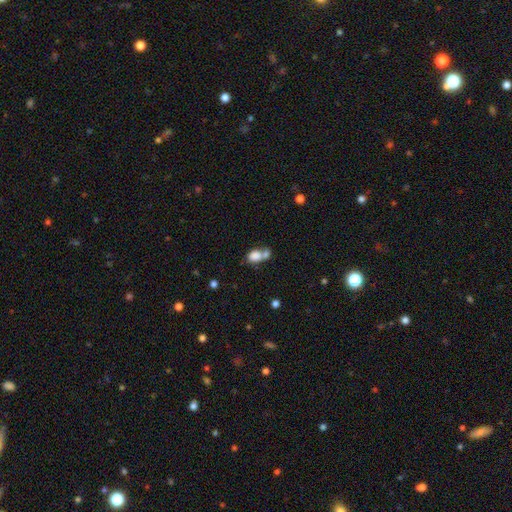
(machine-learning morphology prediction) A smooth galaxy with no disk features (80%) that is in between round and cigar-shaped (66%). Merging: merger (57%).